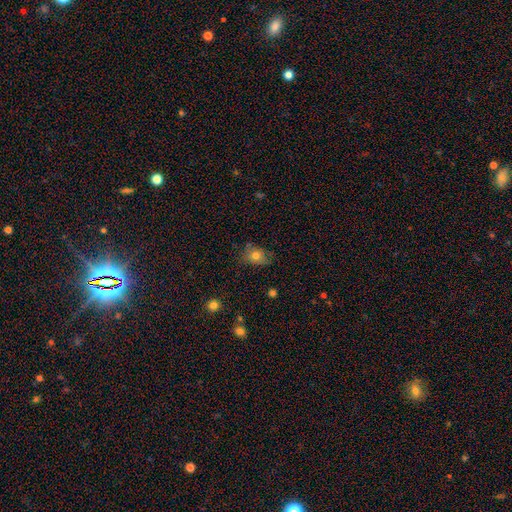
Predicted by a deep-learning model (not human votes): Smooth or featured: smooth — 76% (featured or disk — 13%)
How rounded: in between — 57% (round — 41%)
Merging: none — 68% (minor disturbance — 24%)